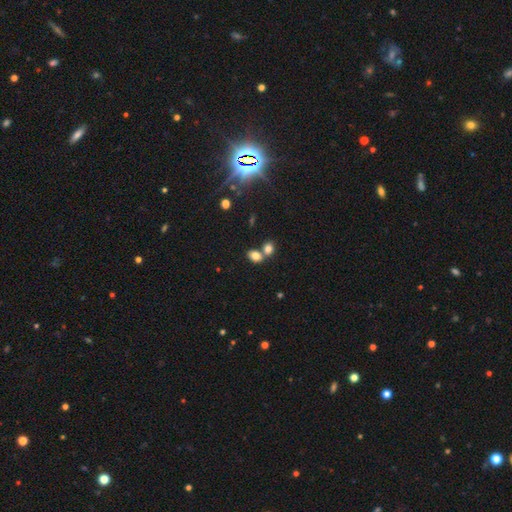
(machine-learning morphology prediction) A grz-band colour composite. It shows a smooth galaxy with no disk features (79%) that is in between round and cigar-shaped (70%). Merging: merger (46%).